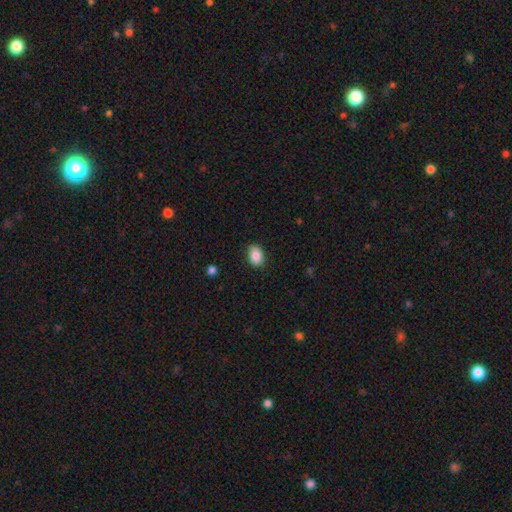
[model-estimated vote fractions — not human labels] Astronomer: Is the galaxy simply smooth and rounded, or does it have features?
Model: smooth — 85%.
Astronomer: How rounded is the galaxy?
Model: in between — 76%.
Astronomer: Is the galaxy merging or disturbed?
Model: none — 83%.